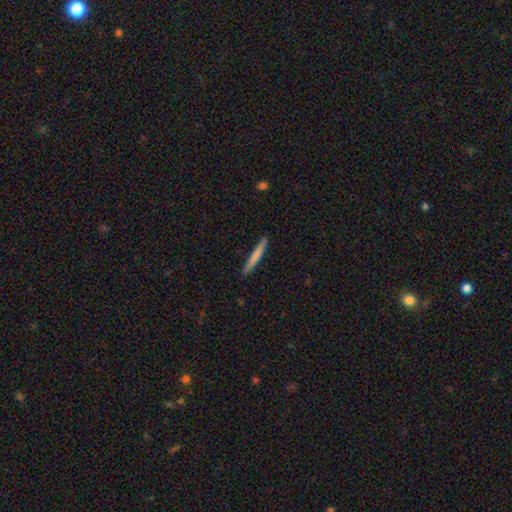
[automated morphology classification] This appears to be a smooth galaxy with no disk features (71%) that is cigar-shaped (96%). Merging: none (90%).